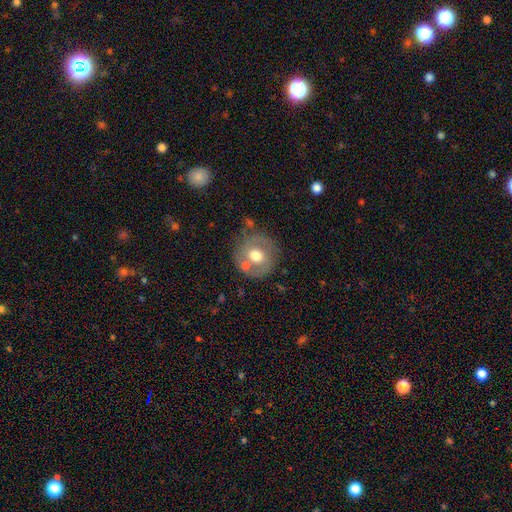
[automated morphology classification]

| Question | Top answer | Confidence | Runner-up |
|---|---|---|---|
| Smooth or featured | smooth | 50% | featured or disk (42%) |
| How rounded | round | 90% | in between (9%) |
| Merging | none | 68% | minor disturbance (16%) |